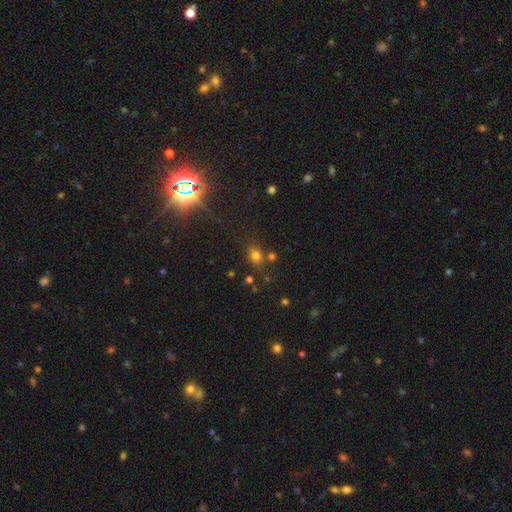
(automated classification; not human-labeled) Q: Smooth or featured?
A: smooth (69%); runner-up: star or artifact (22%)
Q: How rounded?
A: round (53%); runner-up: in between (45%)
Q: Merging?
A: none (68%); runner-up: minor disturbance (14%)